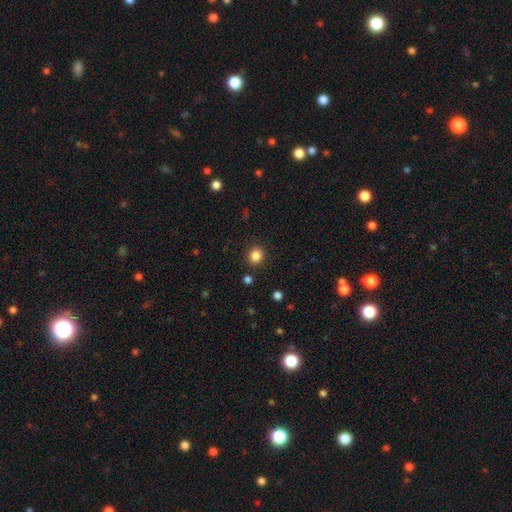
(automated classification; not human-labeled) Smooth or featured? Predicted: smooth (p=0.84). How rounded? Predicted: round (p=0.86). Merging? Predicted: none (p=0.89).